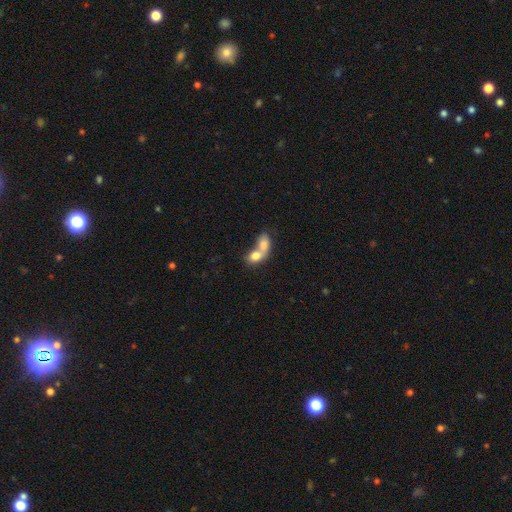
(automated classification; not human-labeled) A smooth galaxy with no disk features (75%) that is in between round and cigar-shaped (69%).

Vote fractions:
- Smooth or featured? smooth: 75% / featured or disk: 17% / star or artifact: 8%
- How rounded? in between: 69% / round: 29% / cigar-shaped: 2%
- Merging? merger: 80% / none: 13% / minor disturbance: 4% / major disturbance: 3%